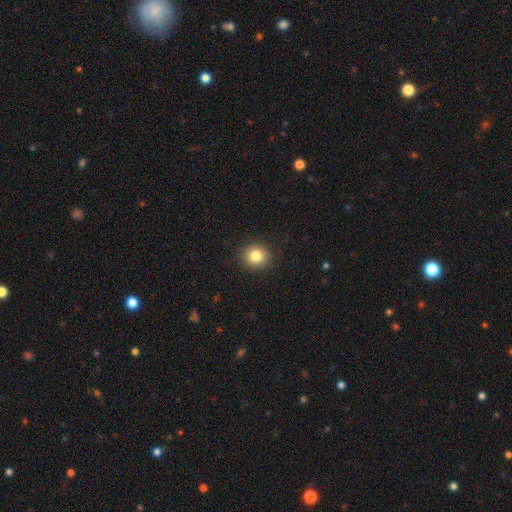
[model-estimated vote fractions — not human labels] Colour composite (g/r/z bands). It shows a smooth galaxy with no disk features (83%) that is round (89%). Merging: none (91%).